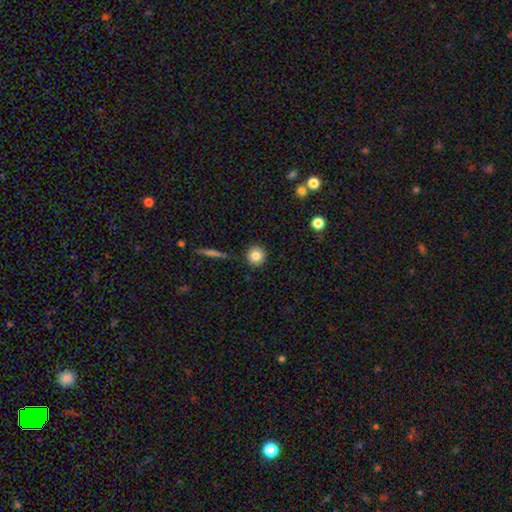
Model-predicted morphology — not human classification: smooth-or-featured: smooth: 84% | star or artifact: 9% | featured or disk: 7%
  how-rounded: round: 94% | in between: 5% | cigar-shaped: 1%
  merging: none: 90% | minor disturbance: 6% | merger: 2% | major disturbance: 2%